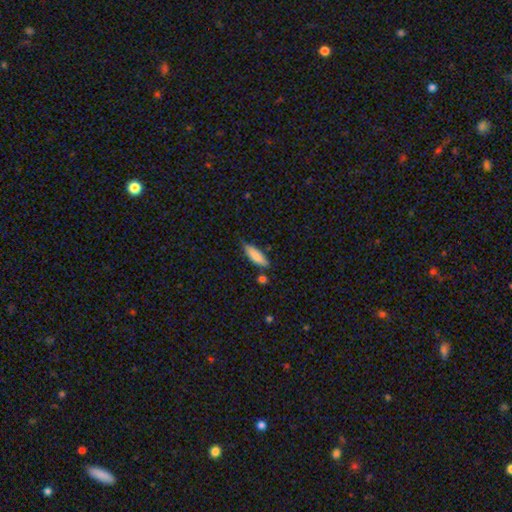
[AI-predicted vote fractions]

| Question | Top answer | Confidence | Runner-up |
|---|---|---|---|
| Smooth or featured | smooth | 84% | featured or disk (10%) |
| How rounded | in between | 50% | cigar-shaped (49%) |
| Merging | none | 73% | minor disturbance (19%) |